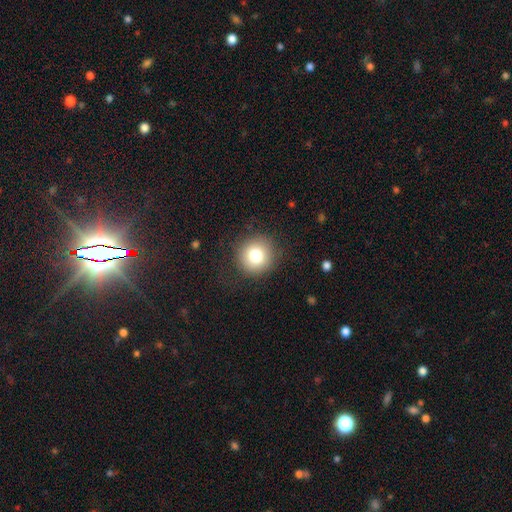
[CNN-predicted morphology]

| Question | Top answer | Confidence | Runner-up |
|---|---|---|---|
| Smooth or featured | smooth | 79% | star or artifact (11%) |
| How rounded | round | 92% | in between (7%) |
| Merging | none | 87% | minor disturbance (8%) |